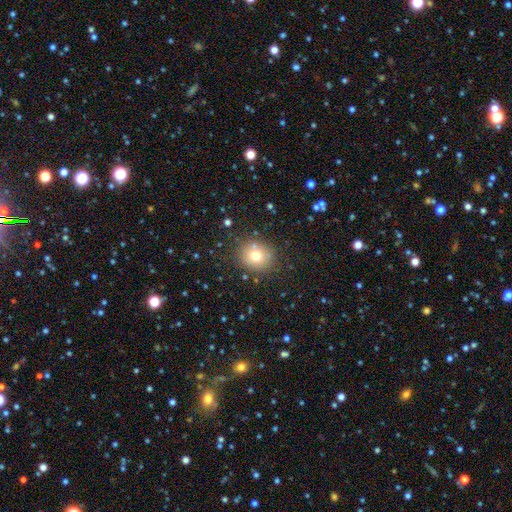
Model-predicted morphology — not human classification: Q: Smooth or featured?
A: smooth (72%); runner-up: star or artifact (15%)
Q: How rounded?
A: round (84%); runner-up: in between (15%)
Q: Merging?
A: none (83%); runner-up: minor disturbance (10%)